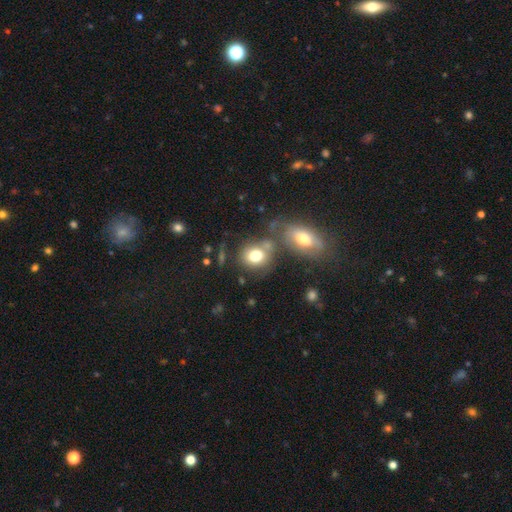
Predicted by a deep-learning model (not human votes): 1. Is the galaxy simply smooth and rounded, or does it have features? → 77% smooth, 14% featured or disk, 9% star or artifact.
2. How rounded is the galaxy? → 55% round, 44% in between, 1% cigar-shaped.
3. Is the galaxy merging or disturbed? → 50% none, 30% merger, 14% minor disturbance, 7% major disturbance.